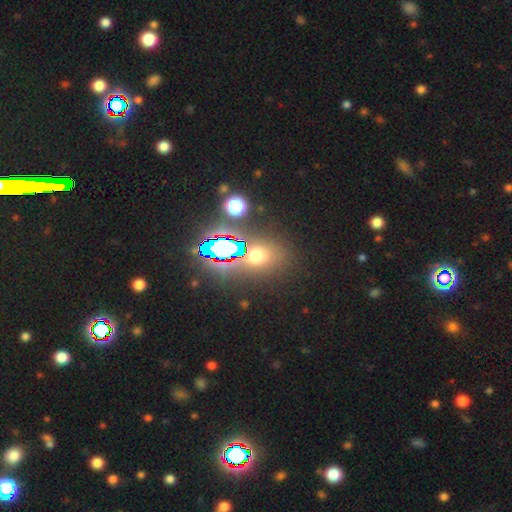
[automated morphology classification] The model was most divided on "how rounded": round: 53%, in between: 45%, cigar-shaped: 2%. More confident: merging — none (77%); smooth or featured — smooth (51%).